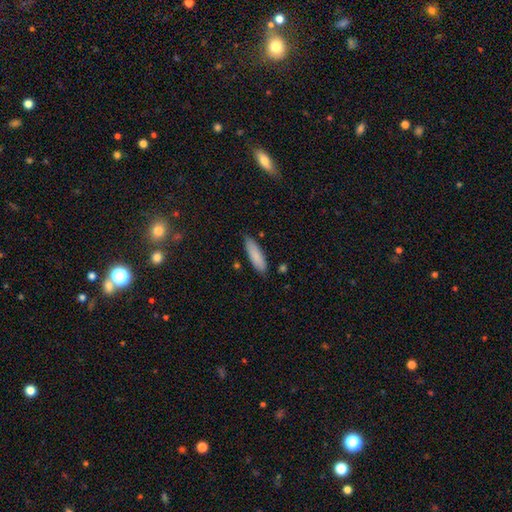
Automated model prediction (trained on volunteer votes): Smooth or featured?
  - smooth: 86% *
  - featured or disk: 8%
  - star or artifact: 6%
How rounded?
  - cigar-shaped: 60% *
  - in between: 39%
  - round: 1%
Merging?
  - none: 81% *
  - minor disturbance: 15%
  - major disturbance: 2%
  - merger: 2%